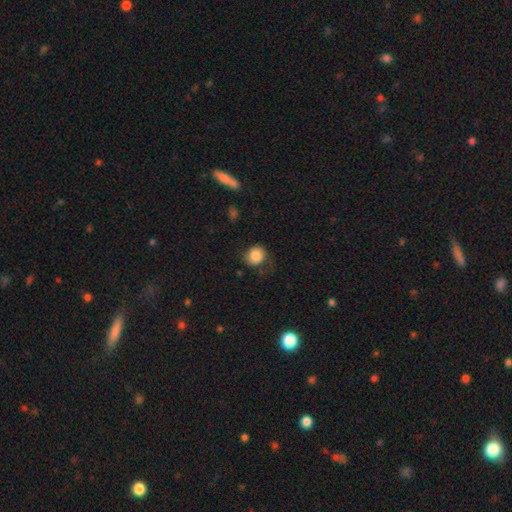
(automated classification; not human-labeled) The model was most divided on "merging": none: 57%, minor disturbance: 25%, major disturbance: 15%, merger: 2%. More confident: smooth or featured — smooth (81%); how rounded — round (77%).